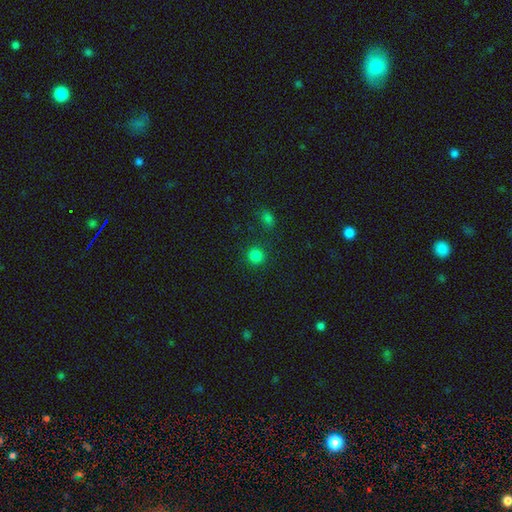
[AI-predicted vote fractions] A smooth galaxy with no disk features (82%) that is round (92%). Merging: none (87%).